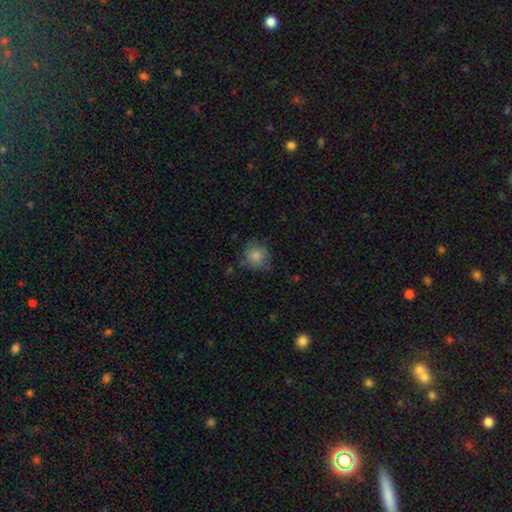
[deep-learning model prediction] This appears to be a smooth galaxy with no disk features (80%) that is round (81%). Merging: none (64%).